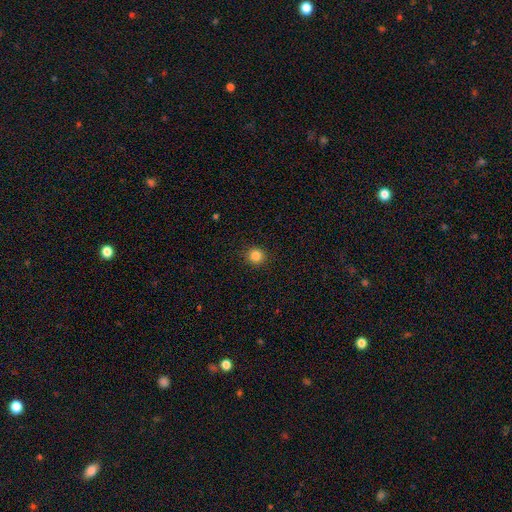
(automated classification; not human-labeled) smooth-or-featured: smooth: 85% | star or artifact: 11% | featured or disk: 4%
  how-rounded: round: 93% | in between: 6% | cigar-shaped: 1%
  merging: none: 92% | minor disturbance: 5% | major disturbance: 2% | merger: 1%